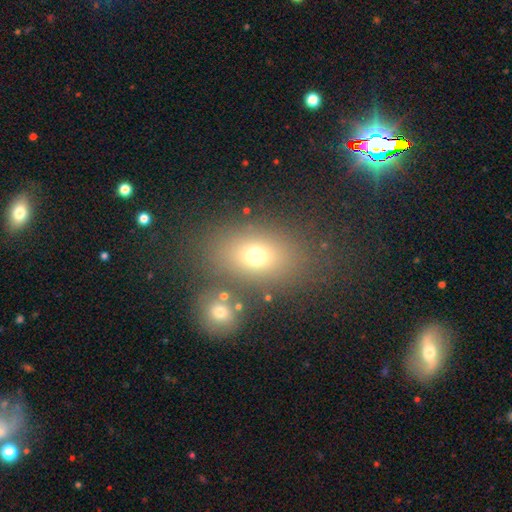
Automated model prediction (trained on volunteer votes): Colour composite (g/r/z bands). It shows a smooth galaxy with no disk features (69%) that is in between round and cigar-shaped (72%). Merging: none (70%).